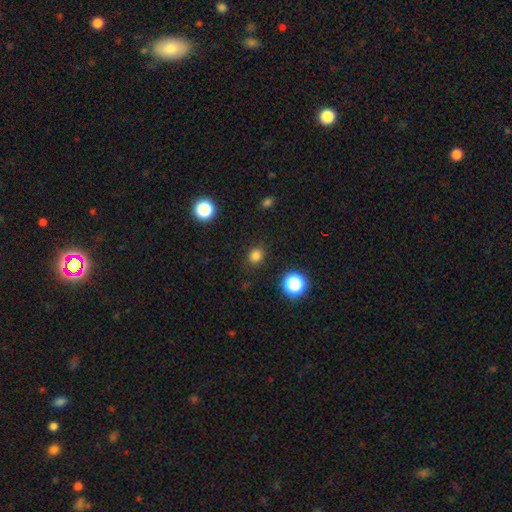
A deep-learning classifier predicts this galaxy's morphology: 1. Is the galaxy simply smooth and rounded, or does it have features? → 80% smooth, 15% star or artifact, 4% featured or disk.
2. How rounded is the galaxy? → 76% round, 23% in between, 1% cigar-shaped.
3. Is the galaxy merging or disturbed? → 87% none, 8% minor disturbance, 3% major disturbance, 1% merger.